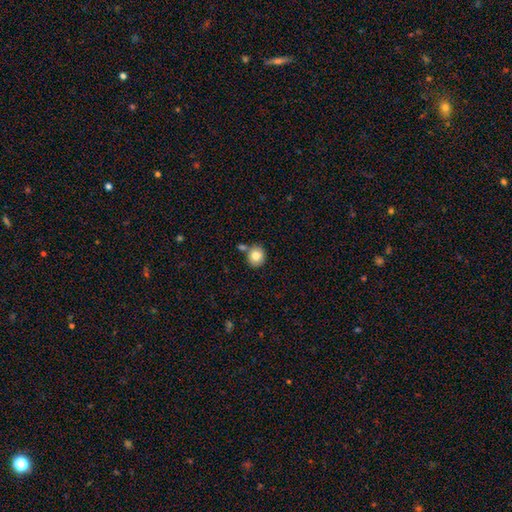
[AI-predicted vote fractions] Smooth or featured? smooth (80%)
How rounded? round (78%)
Merging? none (69%)